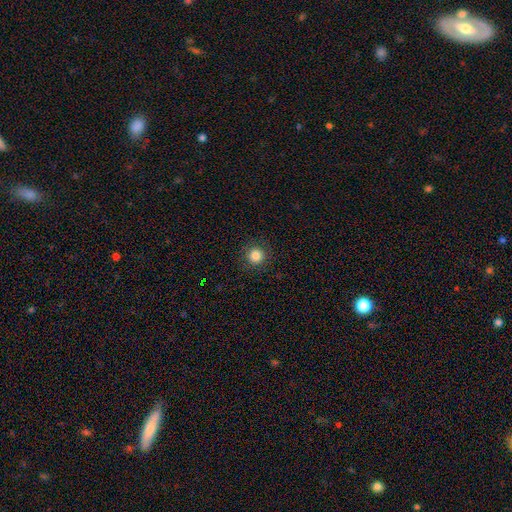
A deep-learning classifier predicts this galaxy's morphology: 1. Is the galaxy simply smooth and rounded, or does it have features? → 84% smooth, 12% star or artifact, 4% featured or disk.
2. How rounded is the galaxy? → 95% round, 4% in between, 1% cigar-shaped.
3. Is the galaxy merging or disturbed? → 91% none, 6% minor disturbance, 2% major disturbance, 1% merger.